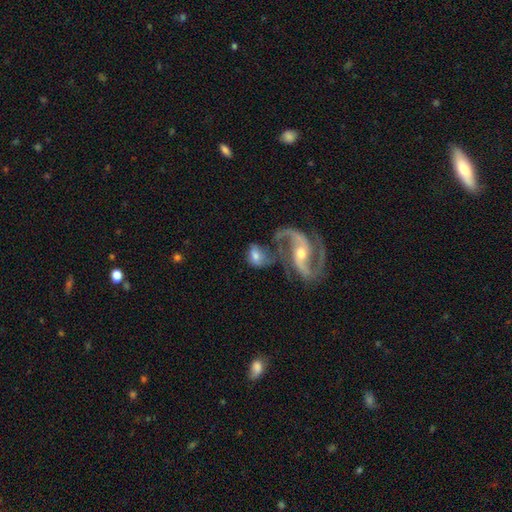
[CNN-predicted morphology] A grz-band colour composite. It shows a featured or disk galaxy (61%) with a weak bar (40%), spiral arms (84%) and a moderate central bulge (60%). Merging: merger (37%).